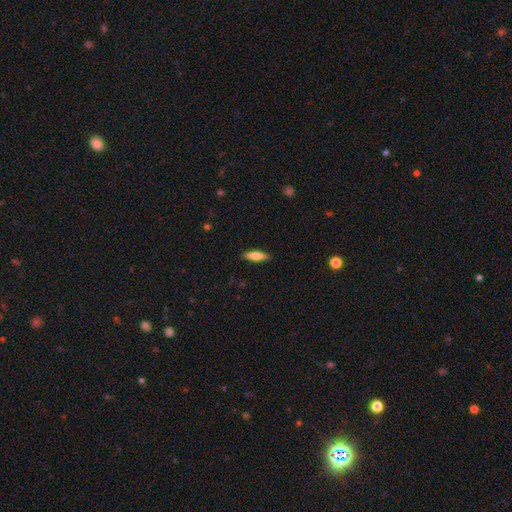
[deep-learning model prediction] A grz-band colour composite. It shows a smooth galaxy with no disk features (71%) that is cigar-shaped (51%). Merging: none (88%).